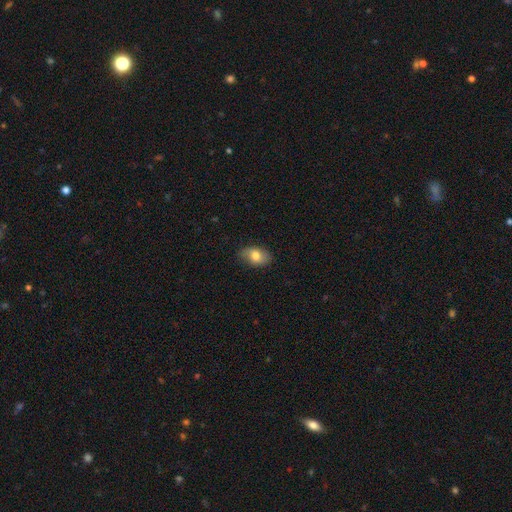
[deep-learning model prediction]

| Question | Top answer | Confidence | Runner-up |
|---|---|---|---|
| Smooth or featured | smooth | 72% | featured or disk (21%) |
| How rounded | in between | 87% | round (11%) |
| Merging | none | 81% | minor disturbance (15%) |